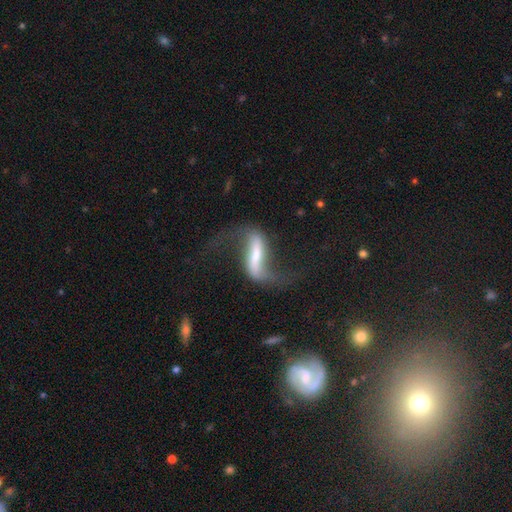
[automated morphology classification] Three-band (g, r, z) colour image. It shows a featured or disk galaxy (78%) with a strong bar (67%), 2 (91%) loose (93%) spiral arms (89%) and a small central bulge (31%). Merging: none (55%).